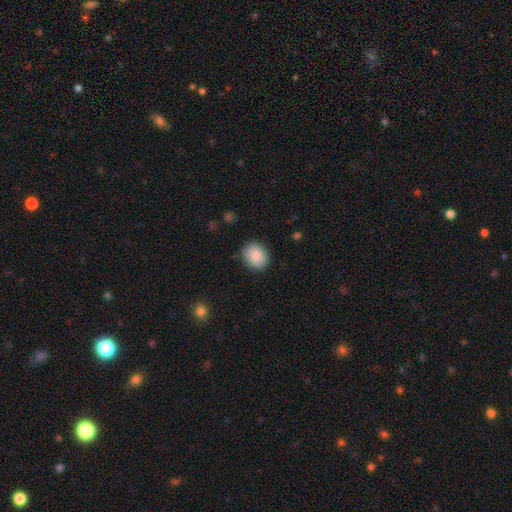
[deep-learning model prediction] smooth_or_featured: smooth (p=0.87) [alt: star or artifact p=0.07]
how_rounded: round (p=0.64) [alt: in between p=0.35]
merging: none (p=0.85) [alt: minor disturbance p=0.11]